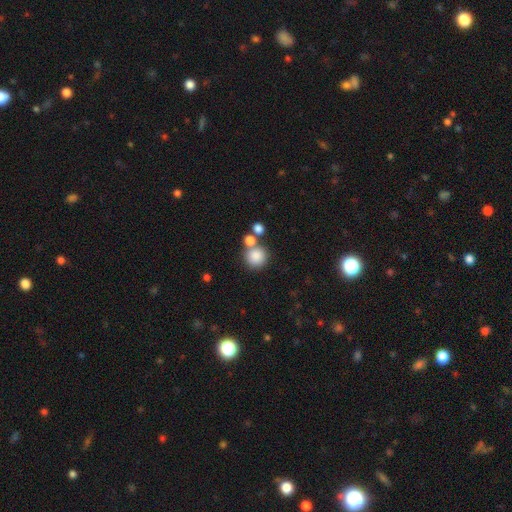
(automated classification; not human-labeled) The model was most divided on "merging": none: 59%, merger: 28%, minor disturbance: 9%, major disturbance: 4%. More confident: how rounded — round (90%); smooth or featured — smooth (83%).